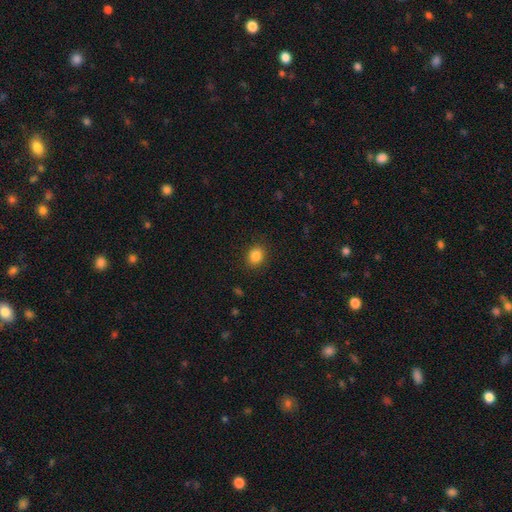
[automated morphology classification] A smooth galaxy with no disk features (85%) that is round (57%). Merging: none (87%).